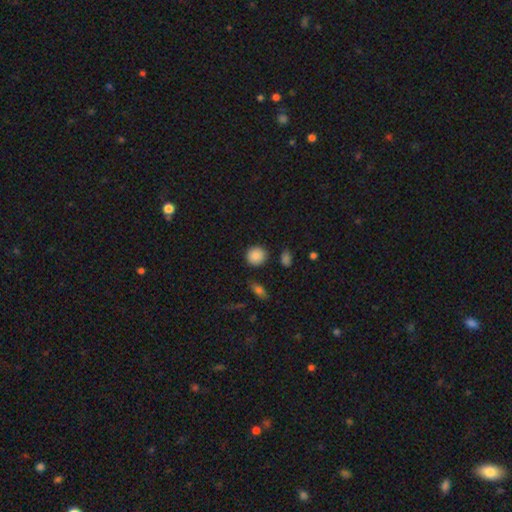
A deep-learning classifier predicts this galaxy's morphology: Smooth or featured? smooth (87%)
How rounded? round (89%)
Merging? none (85%)